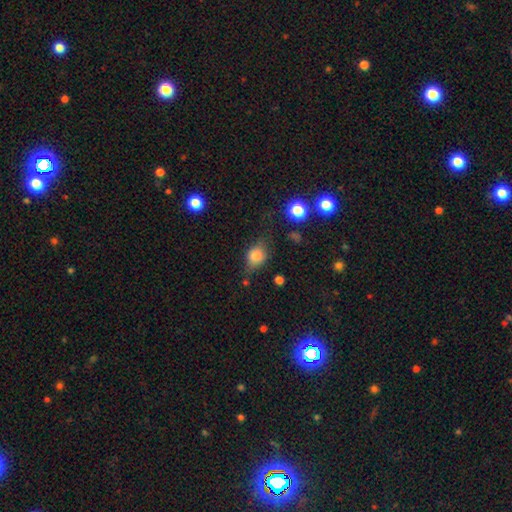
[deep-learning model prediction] smooth-or-featured: smooth: 76% | featured or disk: 13% | star or artifact: 11%
  how-rounded: in between: 54% | round: 43% | cigar-shaped: 2%
  merging: none: 58% | minor disturbance: 28% | major disturbance: 11% | merger: 3%